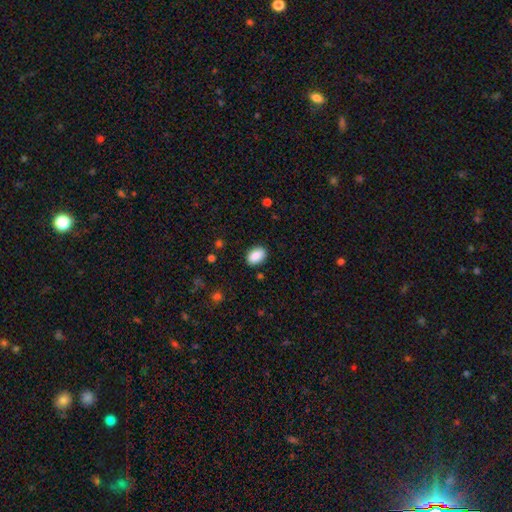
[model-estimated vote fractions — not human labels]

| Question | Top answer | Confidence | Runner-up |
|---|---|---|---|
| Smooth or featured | smooth | 88% | star or artifact (7%) |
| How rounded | in between | 85% | round (14%) |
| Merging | none | 87% | minor disturbance (9%) |